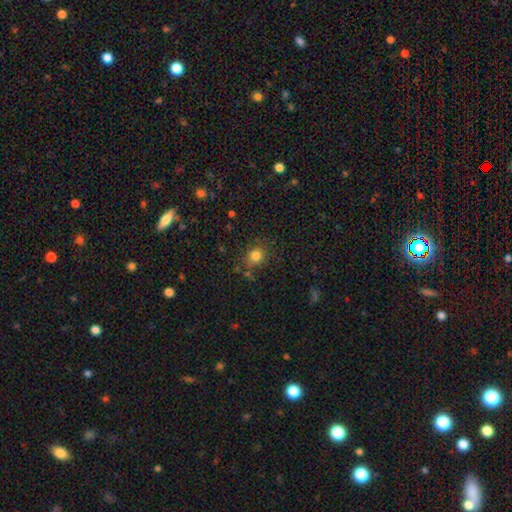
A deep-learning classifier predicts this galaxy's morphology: Smooth or featured? smooth (80%)
How rounded? round (74%)
Merging? none (75%)